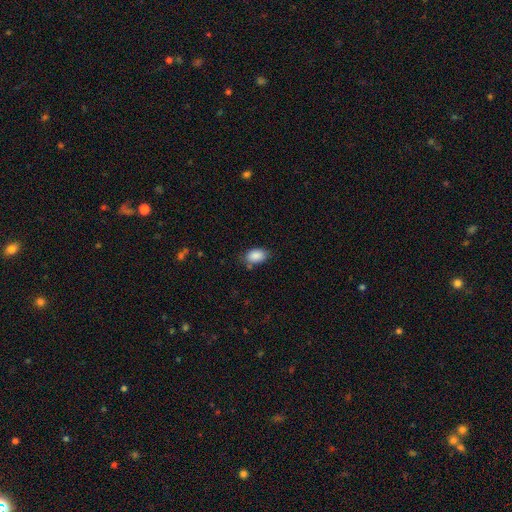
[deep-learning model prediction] Overall: smooth (89%). How rounded: in between (90%). Merging: none (73%).